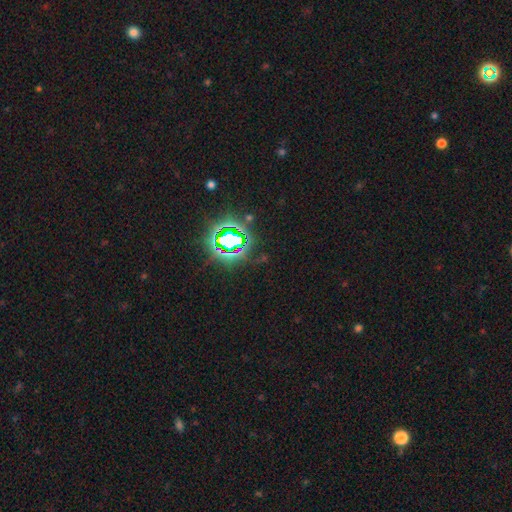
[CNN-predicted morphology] Q: Smooth or featured?
A: star or artifact (80%); runner-up: smooth (12%)